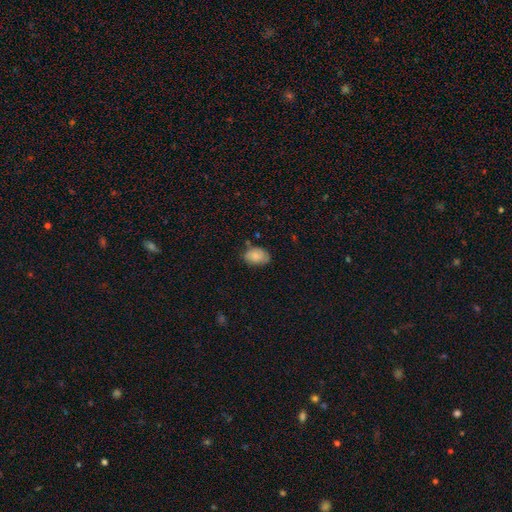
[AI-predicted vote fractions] A smooth galaxy with no disk features (79%) that is in between round and cigar-shaped (84%). Merging: none (66%).